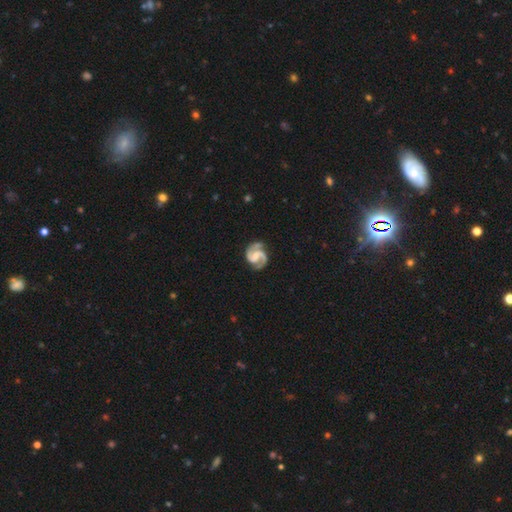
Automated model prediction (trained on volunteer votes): This is clearly a featured or disk galaxy (93%). It is clearly not viewed edge-on (98%). Bar: marginally weak (45%). Spiral arm pattern: clearly yes (99%). Spiral arm count: clearly 2 (94%). Spiral winding: likely medium (60%). Central bulge: possibly small (46%). Merging: clearly none (80%).